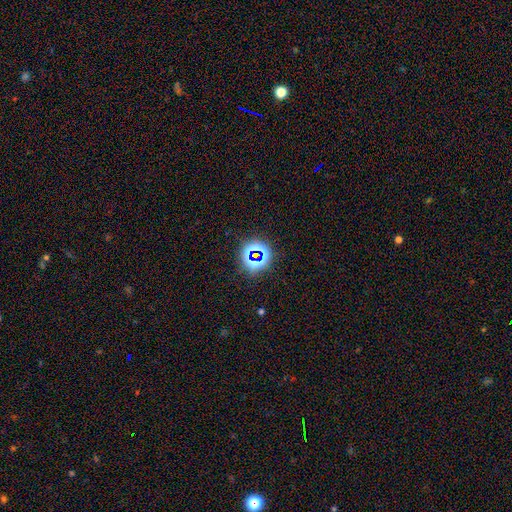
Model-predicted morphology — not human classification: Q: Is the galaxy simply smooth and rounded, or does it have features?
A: star or artifact — 70%.